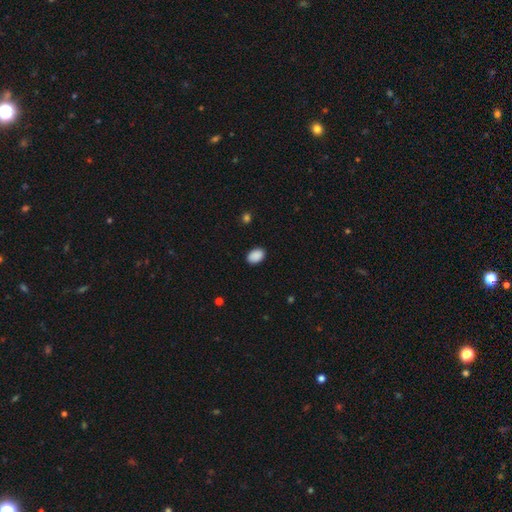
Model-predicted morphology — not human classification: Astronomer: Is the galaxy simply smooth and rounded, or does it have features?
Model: smooth — 90%.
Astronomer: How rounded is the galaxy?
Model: in between — 86%.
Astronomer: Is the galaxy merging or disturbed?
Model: none — 89%.